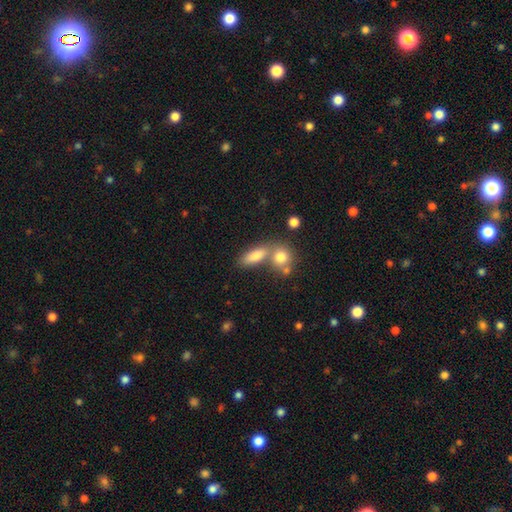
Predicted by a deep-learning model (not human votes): Overall: smooth (80%). How rounded: in between (65%). Merging: none (49%; merger 35%).